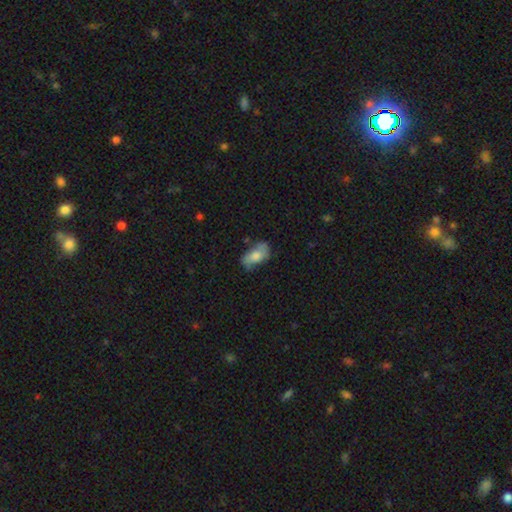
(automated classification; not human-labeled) Morphology: type=smooth (61%); roundness=in between (90%); merging=none (51%).